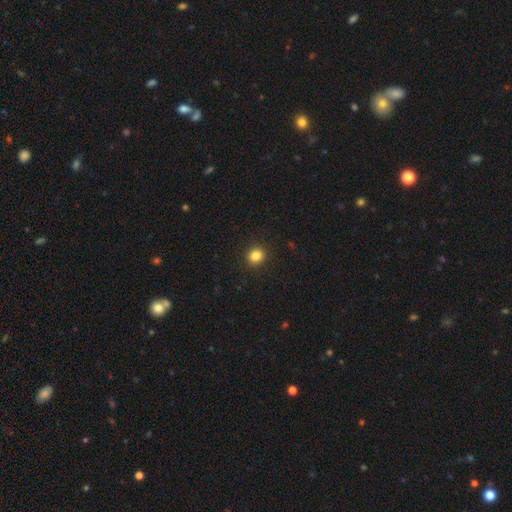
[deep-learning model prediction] smooth 84%, star or artifact 11%, featured or disk 5%. Down the decision tree: how rounded — round (82%); merging — none (92%).